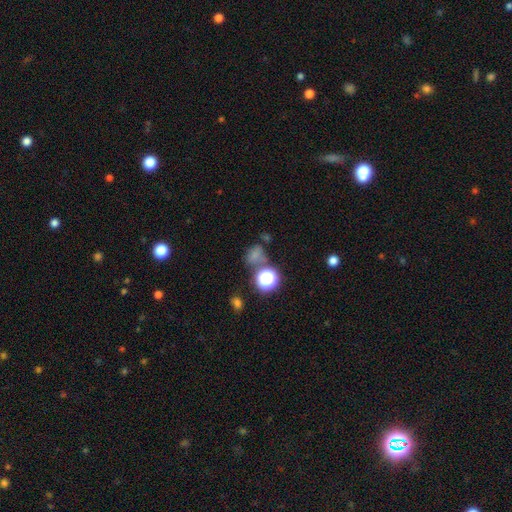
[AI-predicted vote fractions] This appears to be a smooth galaxy with no disk features (59%) that is round (58%). Merging: none (50%).